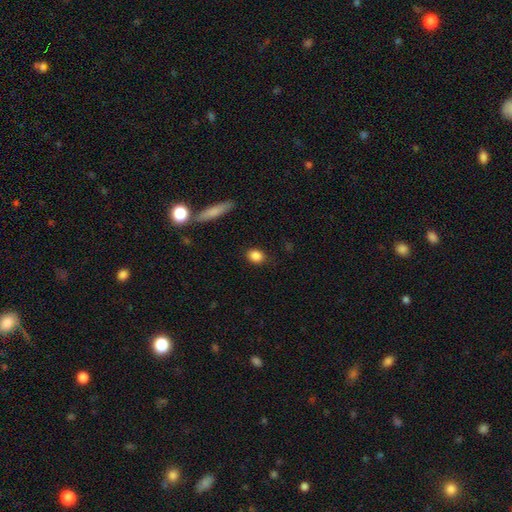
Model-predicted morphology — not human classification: smooth_or_featured: smooth (p=0.87) [alt: star or artifact p=0.09]
how_rounded: in between (p=0.49) [alt: round p=0.48]
merging: none (p=0.85) [alt: minor disturbance p=0.11]